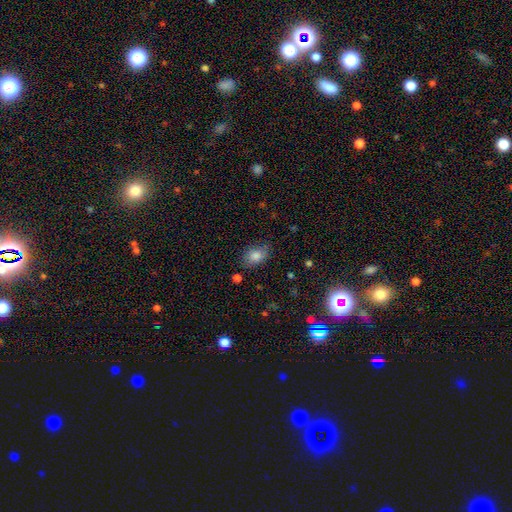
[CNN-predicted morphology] smooth-or-featured: smooth: 83% | star or artifact: 9% | featured or disk: 8%
  how-rounded: in between: 81% | round: 17% | cigar-shaped: 2%
  merging: none: 77% | minor disturbance: 17% | major disturbance: 4% | merger: 2%